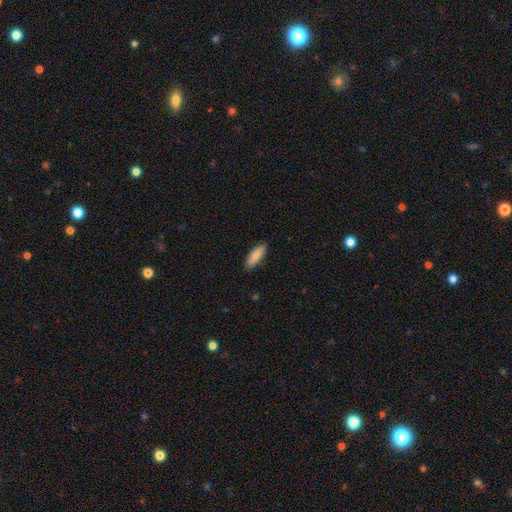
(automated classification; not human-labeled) Smooth or featured? Predicted: smooth (p=0.86). How rounded? Predicted: in between (p=0.60). Merging? Predicted: none (p=0.89).